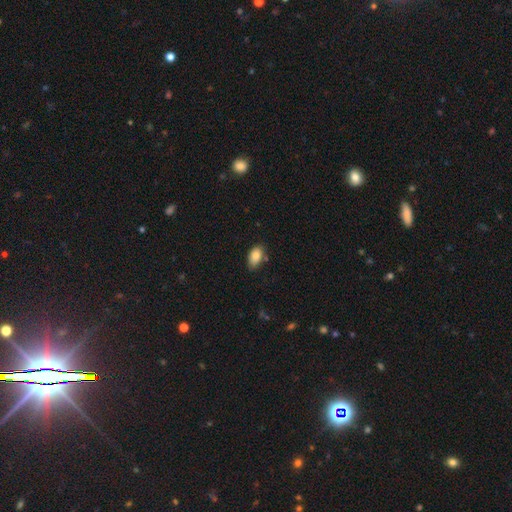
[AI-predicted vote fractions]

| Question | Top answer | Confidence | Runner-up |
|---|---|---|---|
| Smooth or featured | smooth | 84% | featured or disk (8%) |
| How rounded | in between | 92% | round (6%) |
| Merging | none | 75% | minor disturbance (18%) |